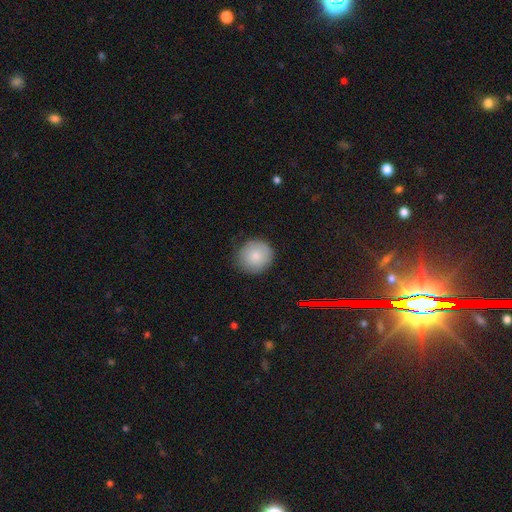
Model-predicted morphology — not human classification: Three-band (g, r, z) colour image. It shows a smooth galaxy with no disk features (82%) that is round (93%). Merging: none (82%).